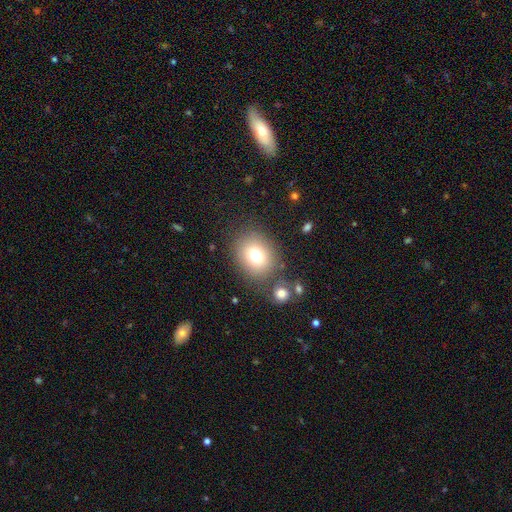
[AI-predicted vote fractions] A smooth galaxy with no disk features (75%) that is round (64%). Merging: none (75%).